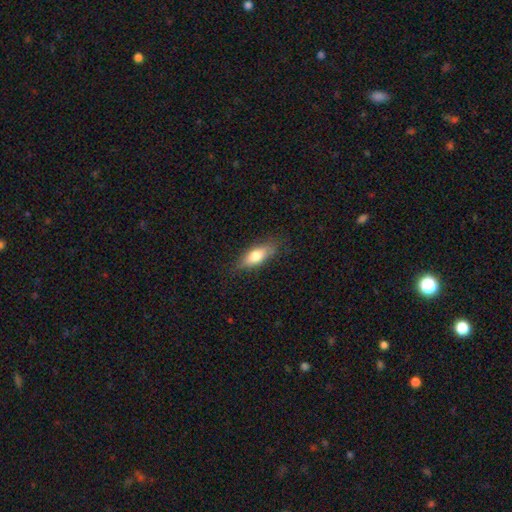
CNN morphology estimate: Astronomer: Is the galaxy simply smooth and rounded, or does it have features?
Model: smooth — 71%.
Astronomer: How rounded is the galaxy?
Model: in between — 70%.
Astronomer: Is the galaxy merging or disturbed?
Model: none — 79%.